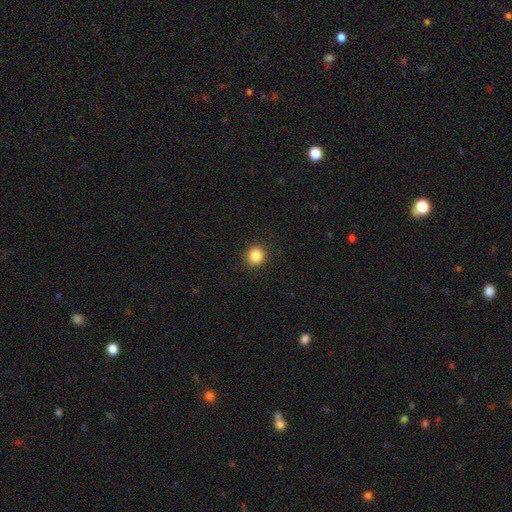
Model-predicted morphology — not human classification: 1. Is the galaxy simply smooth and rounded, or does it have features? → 85% smooth, 10% star or artifact, 4% featured or disk.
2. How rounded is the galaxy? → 91% round, 8% in between, 1% cigar-shaped.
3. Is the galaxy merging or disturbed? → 92% none, 5% minor disturbance, 2% major disturbance, 1% merger.